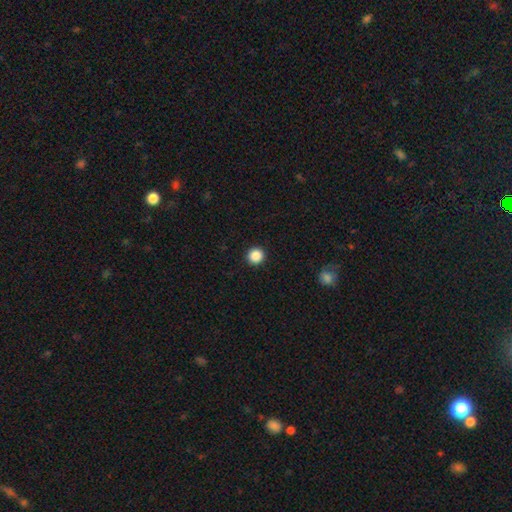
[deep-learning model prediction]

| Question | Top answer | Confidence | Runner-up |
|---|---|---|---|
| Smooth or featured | smooth | 88% | star or artifact (10%) |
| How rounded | round | 96% | in between (3%) |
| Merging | none | 93% | minor disturbance (4%) |